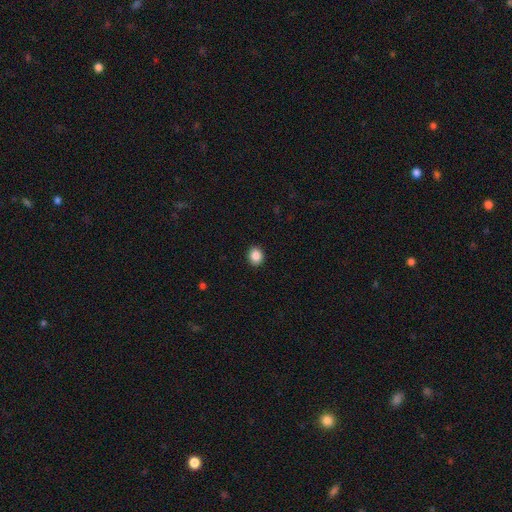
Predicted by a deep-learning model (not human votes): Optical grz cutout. It shows a smooth galaxy with no disk features (88%) that is round (70%). Merging: none (92%).